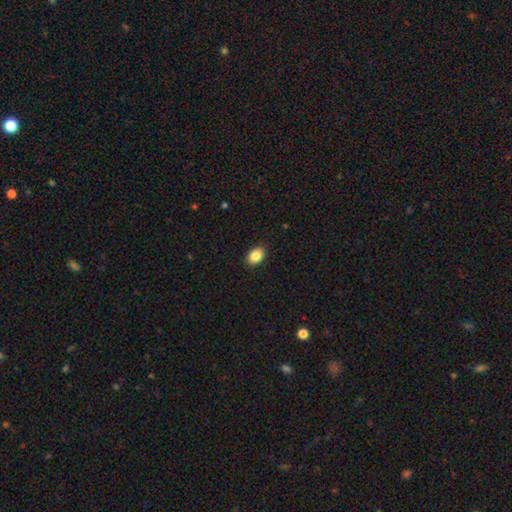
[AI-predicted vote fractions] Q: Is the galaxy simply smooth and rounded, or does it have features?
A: smooth — 87%.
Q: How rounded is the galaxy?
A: in between — 79%.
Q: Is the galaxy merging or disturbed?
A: none — 90%.